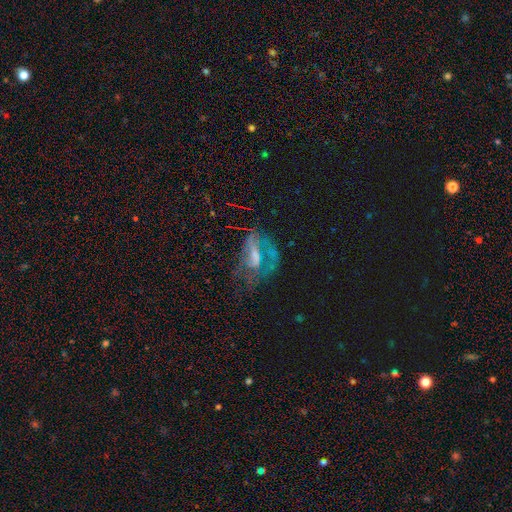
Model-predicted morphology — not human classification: Overall: featured or disk (59%; smooth 26%). Edge-on disk: no (91%). Bar: weak (39%; no 34%). Spiral arms: yes (53%; no 47%). Bulge size: moderate (34%; small 30%). Merging: major disturbance (39%; none 36%).